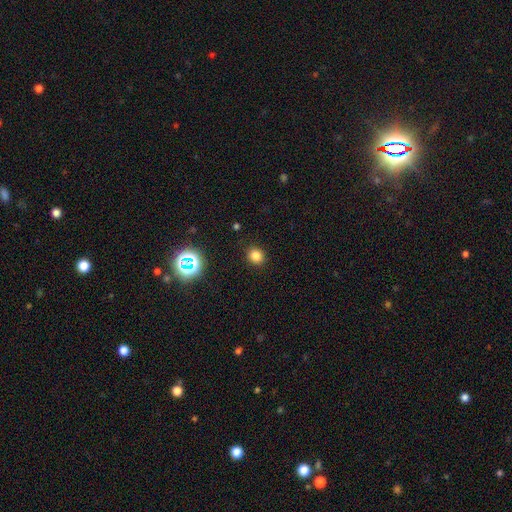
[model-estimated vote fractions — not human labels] smooth 78%, star or artifact 16%, featured or disk 5%. Down the decision tree: how rounded — round (77%); merging — none (90%).